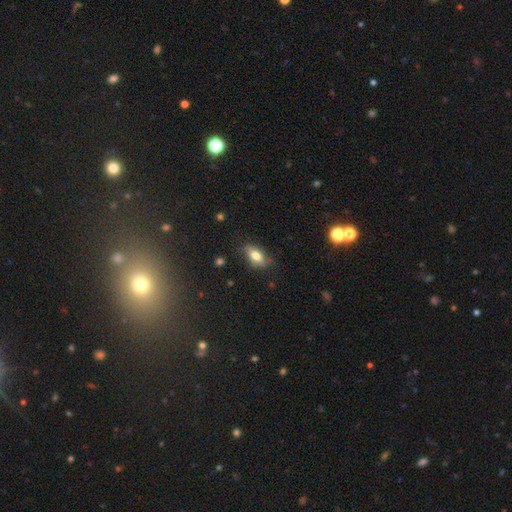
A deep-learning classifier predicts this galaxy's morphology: Smooth or featured: smooth — 74% (featured or disk — 17%)
How rounded: in between — 86% (cigar-shaped — 8%)
Merging: none — 73% (minor disturbance — 20%)